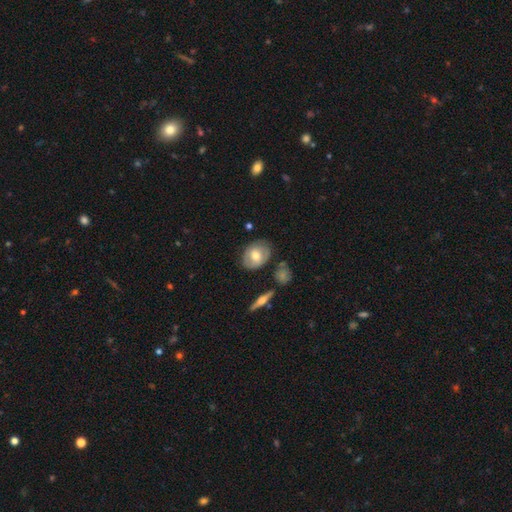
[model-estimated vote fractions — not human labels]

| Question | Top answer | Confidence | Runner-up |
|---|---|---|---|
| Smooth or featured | smooth | 54% | featured or disk (39%) |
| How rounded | in between | 60% | round (38%) |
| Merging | none | 73% | minor disturbance (18%) |